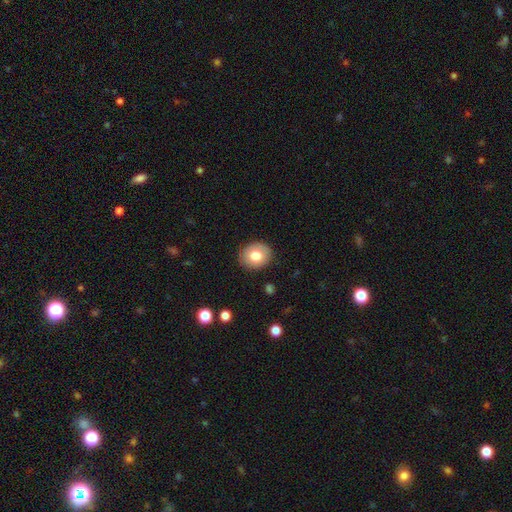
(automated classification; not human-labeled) Smooth or featured: smooth — 78% (featured or disk — 14%)
How rounded: round — 65% (in between — 34%)
Merging: none — 88% (minor disturbance — 9%)